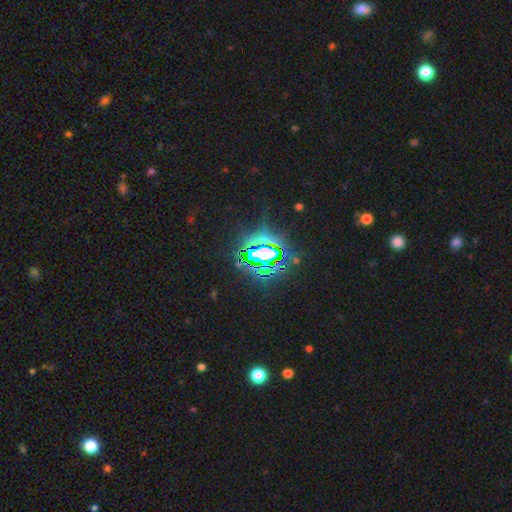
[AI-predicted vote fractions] The model was most divided on "smooth or featured": star or artifact: 82%, smooth: 10%, featured or disk: 8%.